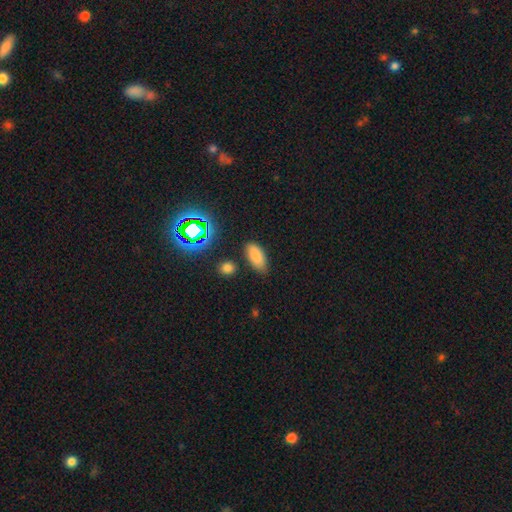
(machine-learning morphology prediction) smooth-or-featured: smooth: 78% | star or artifact: 14% | featured or disk: 7%
  how-rounded: in between: 89% | cigar-shaped: 7% | round: 4%
  merging: none: 80% | minor disturbance: 13% | merger: 4% | major disturbance: 3%